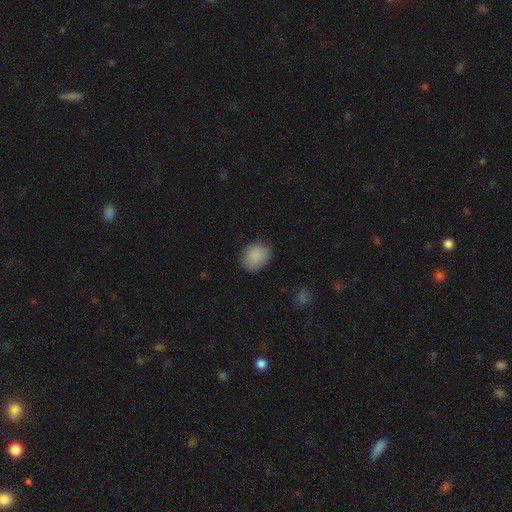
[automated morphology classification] Smooth or featured? smooth (88%)
How rounded? round (53%)
Merging? none (85%)